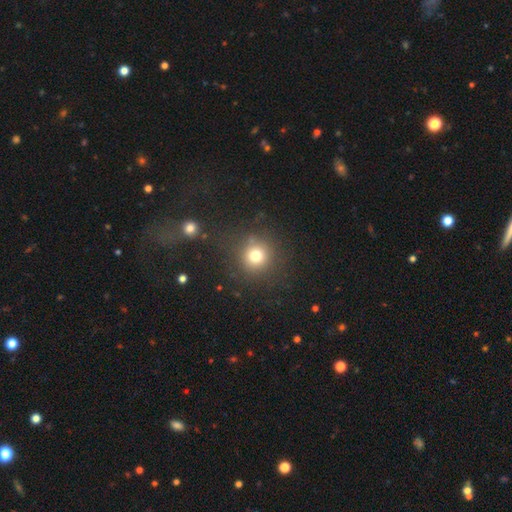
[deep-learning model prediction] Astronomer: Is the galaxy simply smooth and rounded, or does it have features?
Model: smooth — 76%.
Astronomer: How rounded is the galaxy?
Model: round — 93%.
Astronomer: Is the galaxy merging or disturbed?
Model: none — 84%.